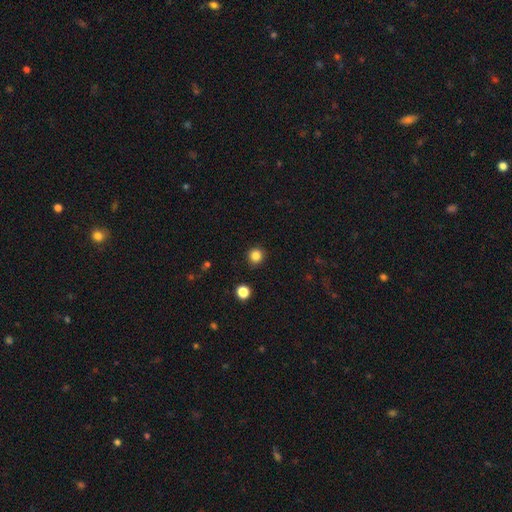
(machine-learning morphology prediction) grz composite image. It shows a smooth galaxy with no disk features (84%) that is round (93%). Merging: none (91%).